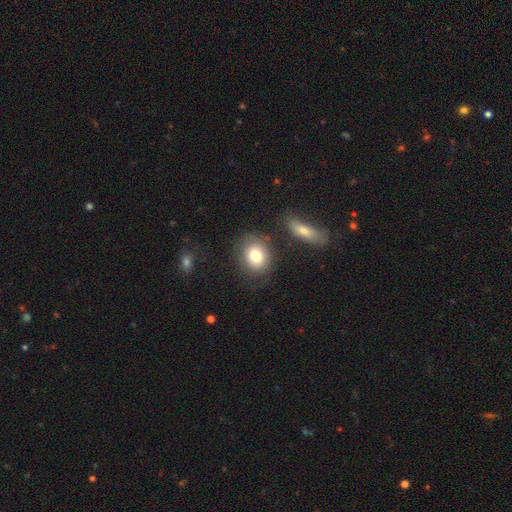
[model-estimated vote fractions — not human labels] Q: Smooth or featured?
A: smooth (79%); runner-up: featured or disk (12%)
Q: How rounded?
A: round (56%); runner-up: in between (43%)
Q: Merging?
A: none (75%); runner-up: minor disturbance (13%)